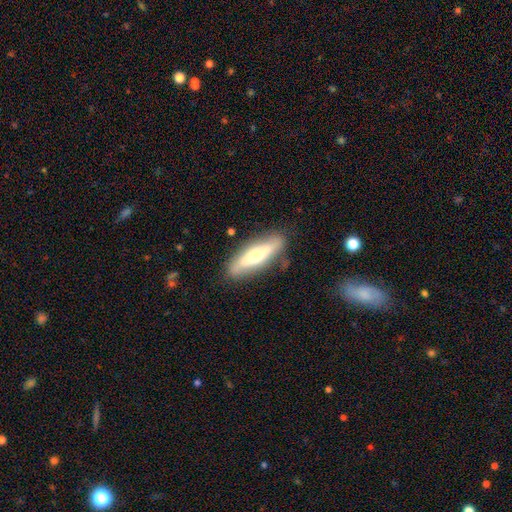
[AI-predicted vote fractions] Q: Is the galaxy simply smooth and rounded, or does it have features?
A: featured or disk — 48%.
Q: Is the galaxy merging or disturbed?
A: none — 81%.